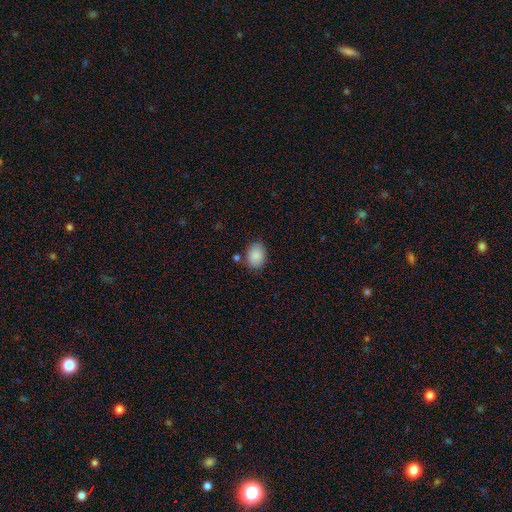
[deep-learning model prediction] smooth-or-featured: smooth: 89% | star or artifact: 7% | featured or disk: 4%
  how-rounded: in between: 74% | round: 25% | cigar-shaped: 1%
  merging: none: 80% | minor disturbance: 12% | merger: 5% | major disturbance: 3%